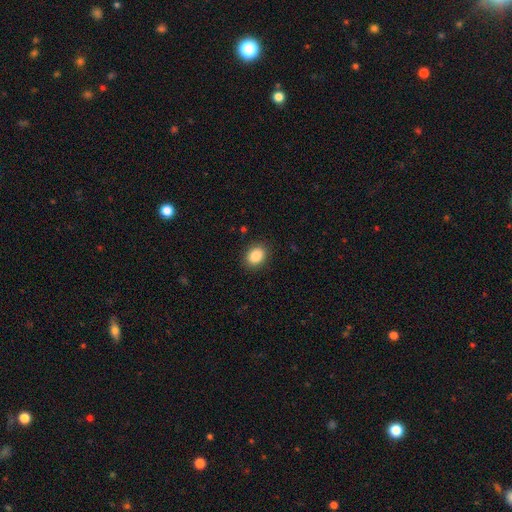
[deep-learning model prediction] Q: Smooth or featured?
A: smooth (87%); runner-up: star or artifact (9%)
Q: How rounded?
A: in between (61%); runner-up: round (38%)
Q: Merging?
A: none (89%); runner-up: minor disturbance (8%)